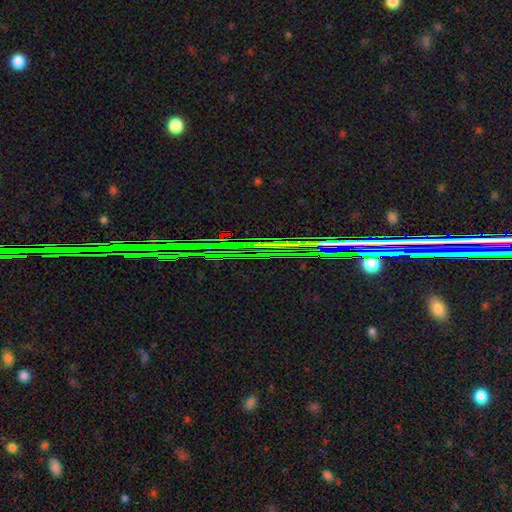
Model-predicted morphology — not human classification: smooth_or_featured: star or artifact (p=0.84) [alt: smooth p=0.08]